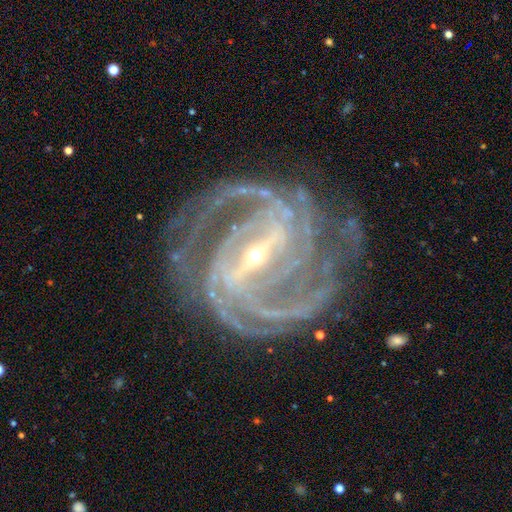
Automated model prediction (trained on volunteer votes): smooth_or_featured: featured or disk (p=0.93) [alt: star or artifact p=0.05]
disk_edge_on: no (p=0.97) [alt: yes p=0.03]
bar: strong (p=0.74) [alt: weak p=0.20]
has_spiral_arms: yes (p=0.99) [alt: no p=0.01]
spiral_winding: tight (p=0.67) [alt: medium p=0.28]
spiral_arm_count: 4 (p=0.30) [alt: 3 p=0.21]
bulge_size: small (p=0.74) [alt: moderate p=0.23]
merging: none (p=0.78) [alt: minor disturbance p=0.14]